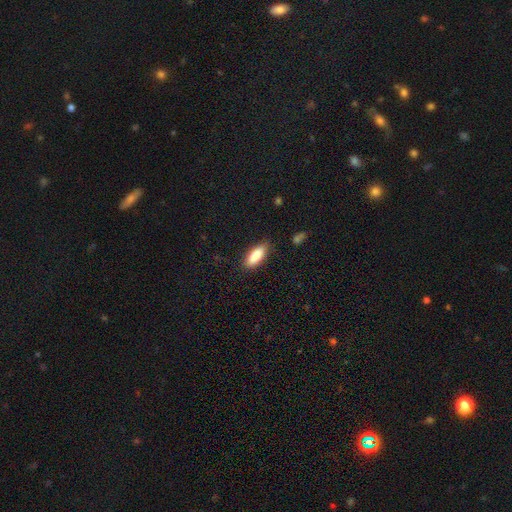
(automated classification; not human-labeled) This appears to be a smooth galaxy with no disk features (88%) that is in between round and cigar-shaped (74%). Merging: none (83%).